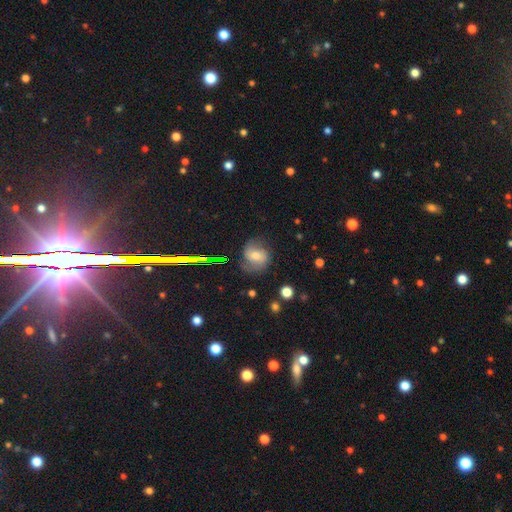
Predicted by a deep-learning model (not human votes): A featured or disk galaxy (53%) with no bar (47%), spiral arms (84%) and a moderate central bulge (65%).

Vote fractions:
- Smooth or featured? featured or disk: 53% / smooth: 35% / star or artifact: 12%
- Edge-on disk? no: 96% / yes: 4%
- Bar? no: 47% / weak: 38% / strong: 15%
- Spiral arms? yes: 84% / no: 16%
- Bulge size? moderate: 65% / small: 26% / large: 6% / none: 2% / dominant: 1%
- Merging? none: 67% / minor disturbance: 21% / major disturbance: 11% / merger: 2%